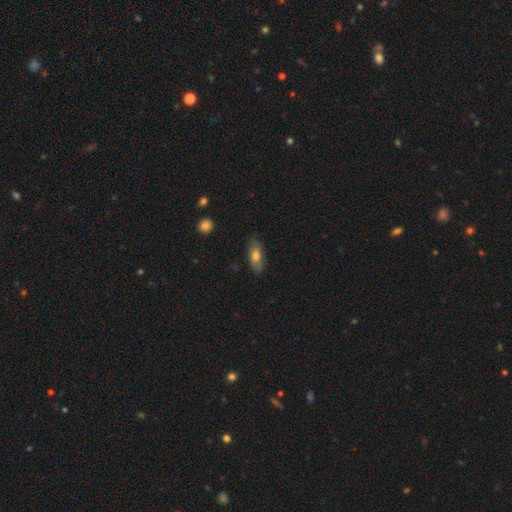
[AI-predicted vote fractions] smooth-or-featured: smooth: 66% | featured or disk: 27% | star or artifact: 7%
  how-rounded: in between: 78% | cigar-shaped: 18% | round: 4%
  merging: none: 78% | minor disturbance: 17% | major disturbance: 3% | merger: 1%